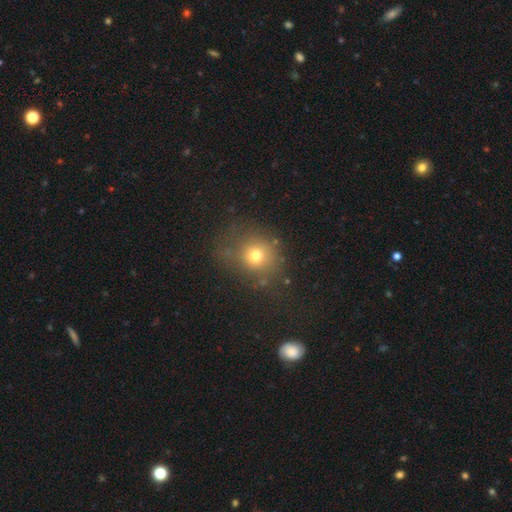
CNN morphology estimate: Smooth or featured? Predicted: smooth (p=0.70). How rounded? Predicted: round (p=0.79). Merging? Predicted: none (p=0.71).